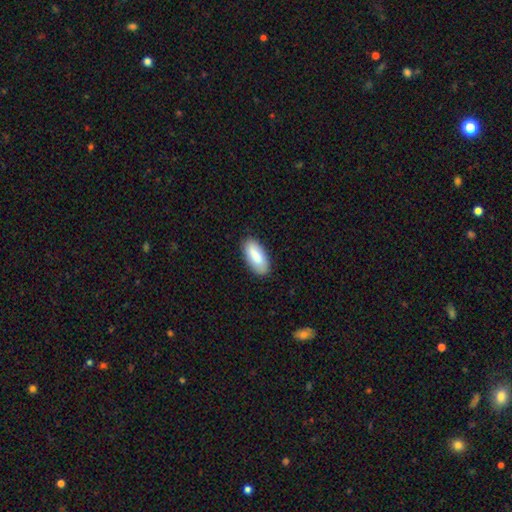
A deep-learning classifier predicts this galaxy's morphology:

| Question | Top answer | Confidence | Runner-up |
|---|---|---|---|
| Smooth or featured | smooth | 86% | featured or disk (9%) |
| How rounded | in between | 88% | cigar-shaped (10%) |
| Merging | none | 86% | minor disturbance (11%) |